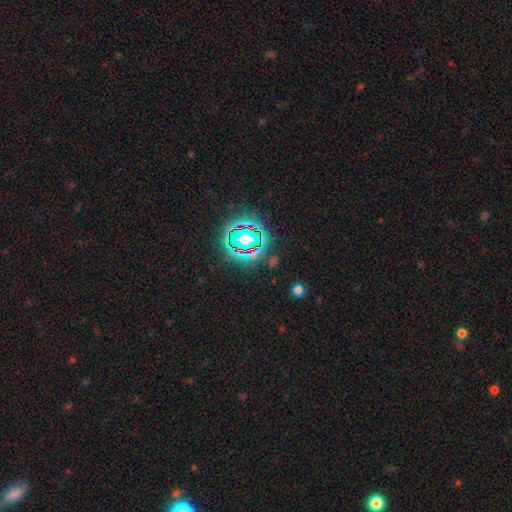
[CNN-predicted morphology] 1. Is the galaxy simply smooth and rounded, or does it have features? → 78% star or artifact, 13% smooth, 10% featured or disk.